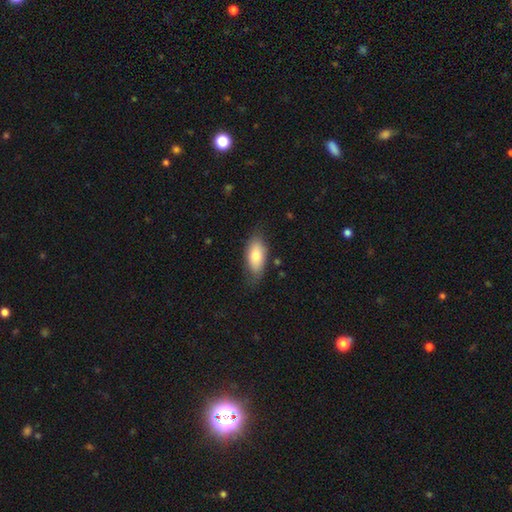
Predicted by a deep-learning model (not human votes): Smooth or featured: smooth — 76% (featured or disk — 18%)
How rounded: in between — 89% (cigar-shaped — 8%)
Merging: none — 71% (minor disturbance — 23%)